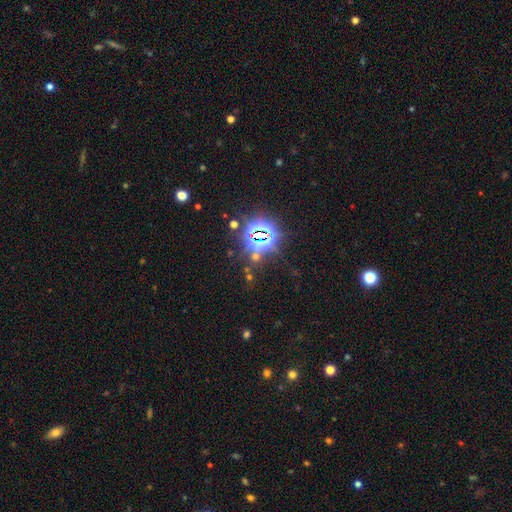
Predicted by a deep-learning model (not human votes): Smooth or featured?
  - star or artifact: 81% *
  - smooth: 11%
  - featured or disk: 8%